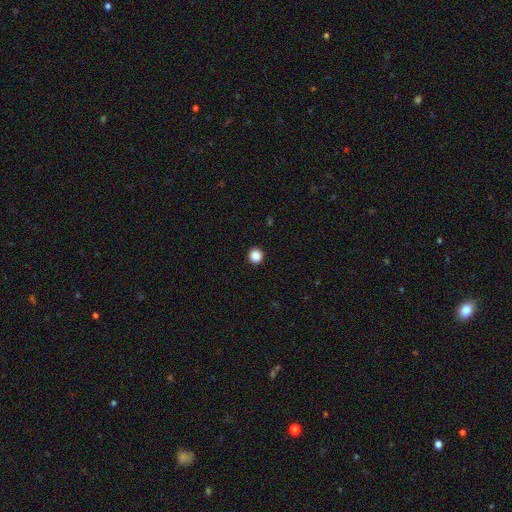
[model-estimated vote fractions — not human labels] A smooth galaxy with no disk features (87%) that is round (94%). Merging: none (94%).